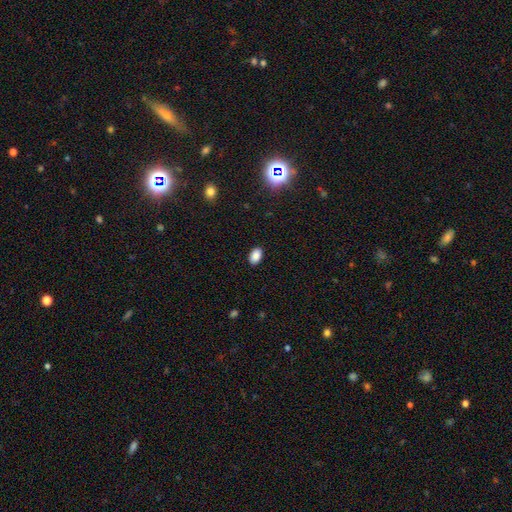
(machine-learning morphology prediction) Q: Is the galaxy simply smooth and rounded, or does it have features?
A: smooth — 87%.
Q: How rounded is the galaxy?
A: in between — 90%.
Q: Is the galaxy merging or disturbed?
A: none — 89%.